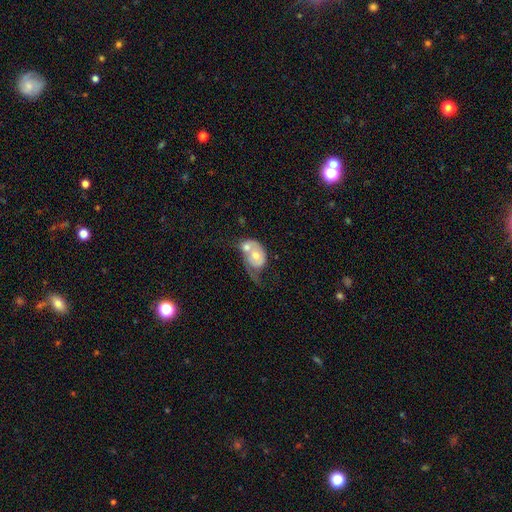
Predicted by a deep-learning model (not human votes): Morphology: type=smooth (47%); merging=merger (66%).